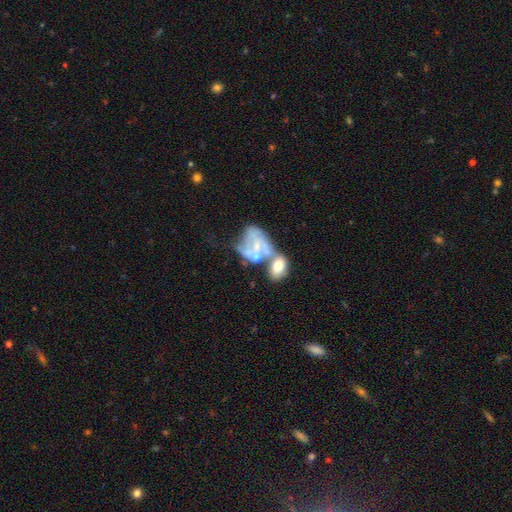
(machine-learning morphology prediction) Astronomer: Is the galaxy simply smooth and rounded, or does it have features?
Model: featured or disk — 59%.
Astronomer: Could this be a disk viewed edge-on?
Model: no — 97%.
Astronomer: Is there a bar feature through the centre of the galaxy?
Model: no — 79%.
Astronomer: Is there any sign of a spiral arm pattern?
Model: no — 73%.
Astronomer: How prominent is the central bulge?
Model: small — 38% (runner-up: moderate, 29%).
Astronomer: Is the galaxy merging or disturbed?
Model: merger — 56%.